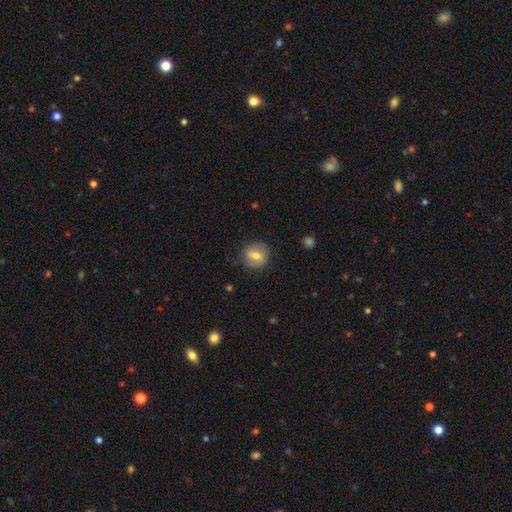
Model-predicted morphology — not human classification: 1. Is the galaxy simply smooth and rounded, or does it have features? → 62% smooth, 30% featured or disk, 9% star or artifact.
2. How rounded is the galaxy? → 82% round, 17% in between, 1% cigar-shaped.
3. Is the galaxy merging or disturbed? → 83% none, 12% minor disturbance, 4% major disturbance, 1% merger.